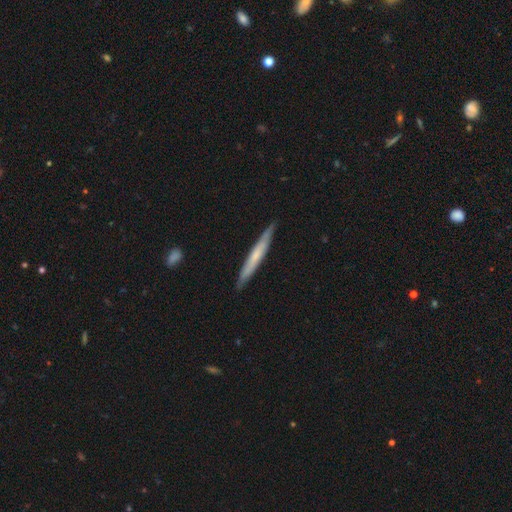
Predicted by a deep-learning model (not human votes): Smooth or featured? Predicted: smooth (p=0.49). Merging? Predicted: none (p=0.88).